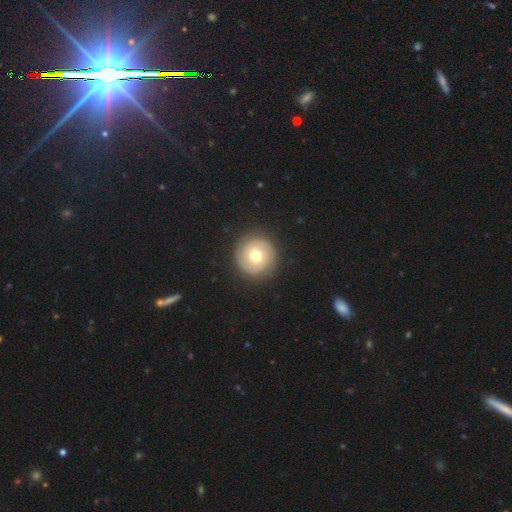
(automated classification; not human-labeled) Smooth or featured: smooth — 58% (featured or disk — 34%)
How rounded: round — 94% (in between — 5%)
Merging: none — 89% (minor disturbance — 7%)